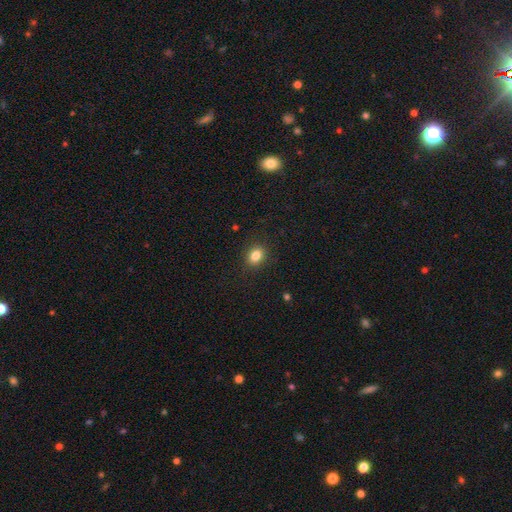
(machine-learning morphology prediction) This appears to be a smooth galaxy with no disk features (84%) that is in between round and cigar-shaped (55%). Merging: none (88%).